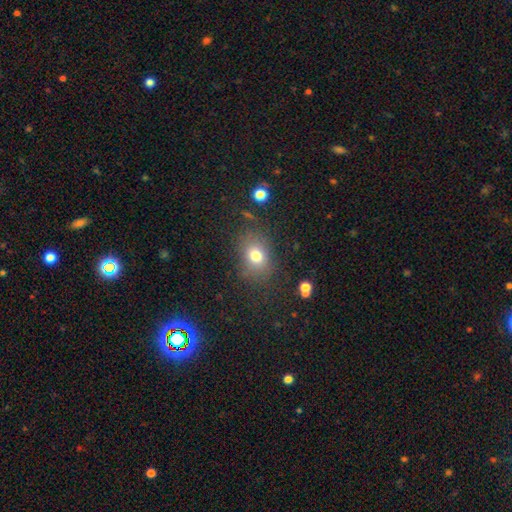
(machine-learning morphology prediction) Smooth or featured: smooth — 75% (star or artifact — 14%)
How rounded: in between — 61% (round — 38%)
Merging: none — 77% (minor disturbance — 14%)